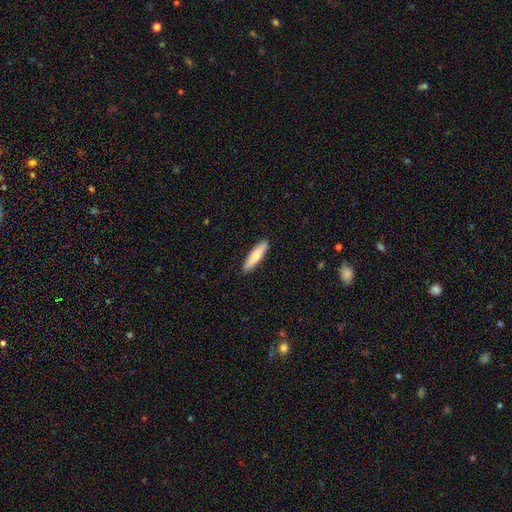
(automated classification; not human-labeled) Overall: smooth (72%). How rounded: cigar-shaped (77%). Merging: none (91%).